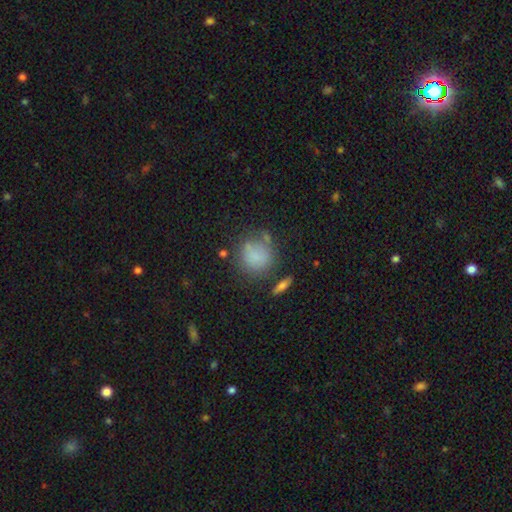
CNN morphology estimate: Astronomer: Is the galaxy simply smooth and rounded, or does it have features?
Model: smooth — 75%.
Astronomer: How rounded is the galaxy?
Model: round — 81%.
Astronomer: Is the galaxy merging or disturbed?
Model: none — 57%.